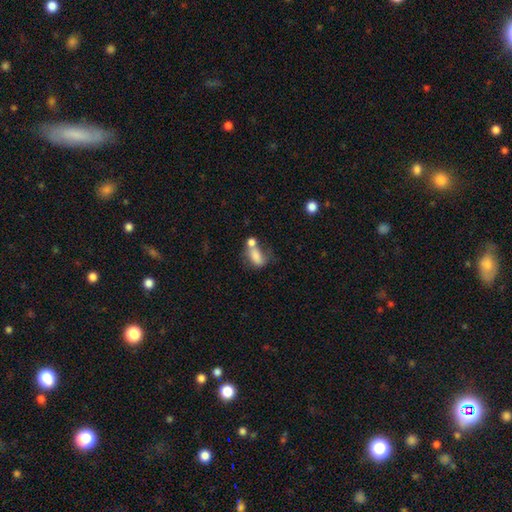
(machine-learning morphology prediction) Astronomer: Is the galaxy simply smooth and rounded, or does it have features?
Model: smooth — 71%.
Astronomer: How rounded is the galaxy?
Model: in between — 83%.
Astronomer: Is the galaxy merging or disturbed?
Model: merger — 45% (runner-up: none, 24%).